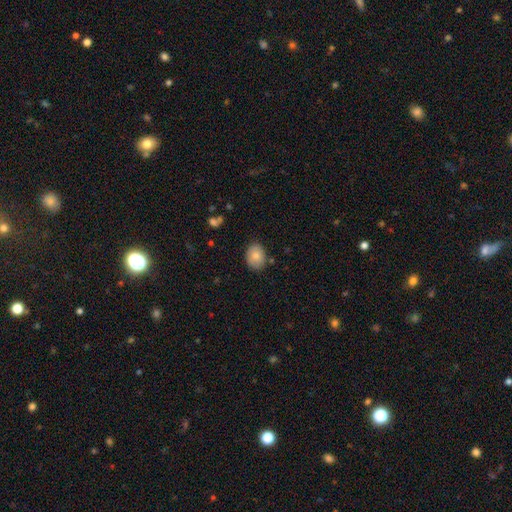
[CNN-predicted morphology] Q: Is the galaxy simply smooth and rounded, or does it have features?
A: smooth — 82%.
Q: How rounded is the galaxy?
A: in between — 63%.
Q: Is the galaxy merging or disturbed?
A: none — 82%.